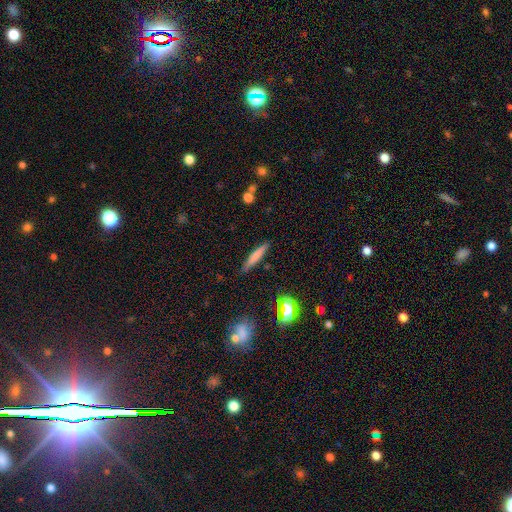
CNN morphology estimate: Smooth or featured?
  - smooth: 70% *
  - featured or disk: 20%
  - star or artifact: 9%
How rounded?
  - cigar-shaped: 91% *
  - in between: 8%
  - round: 2%
Merging?
  - none: 87% *
  - minor disturbance: 9%
  - major disturbance: 2%
  - merger: 2%